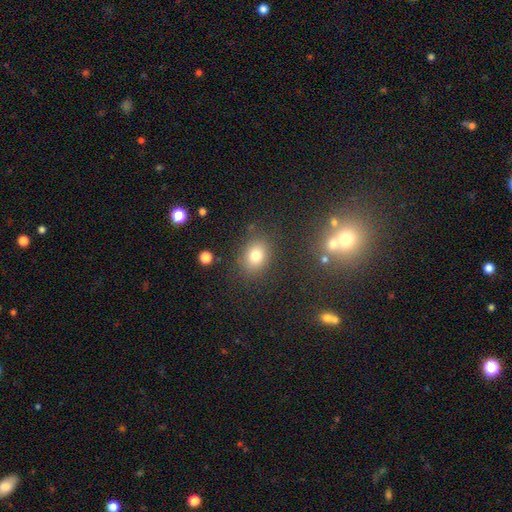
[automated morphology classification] This appears to be a smooth galaxy with no disk features (77%) that is in between round and cigar-shaped (52%). Merging: none (81%).